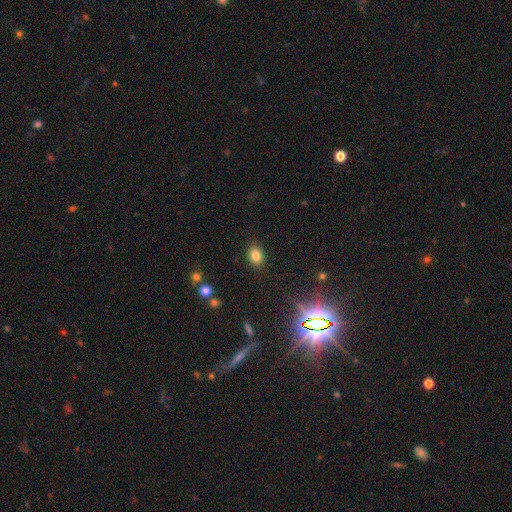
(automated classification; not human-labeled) Overall: smooth (81%). How rounded: in between (65%; round 34%). Merging: none (87%).